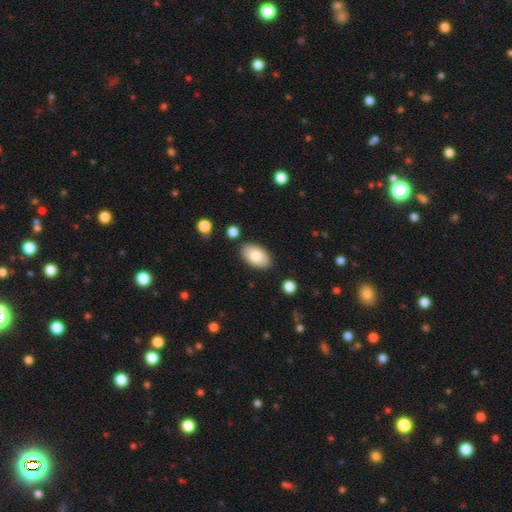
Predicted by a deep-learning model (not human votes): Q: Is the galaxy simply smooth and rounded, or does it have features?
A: smooth — 80%.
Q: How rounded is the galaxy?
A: in between — 94%.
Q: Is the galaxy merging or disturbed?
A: none — 86%.